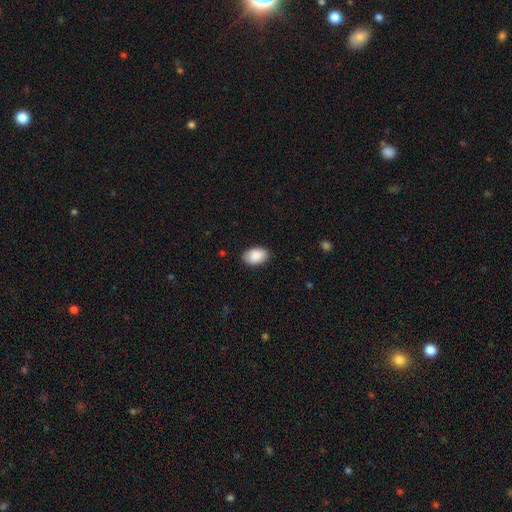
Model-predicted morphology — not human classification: Q: Smooth or featured?
A: smooth (90%); runner-up: star or artifact (6%)
Q: How rounded?
A: in between (90%); runner-up: round (9%)
Q: Merging?
A: none (86%); runner-up: minor disturbance (11%)